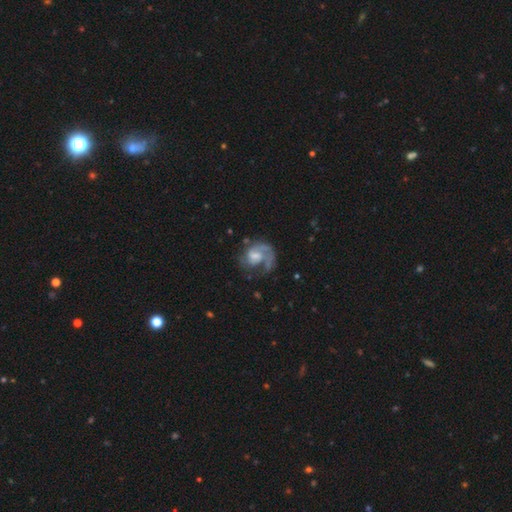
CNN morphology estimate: type=featured or disk (79%); edge-on=no (98%); bar=weak (48%); spiral arms=yes (92%); winding=medium (45%); arm count=1 (50%); bulge=moderate (35%); merging=none (47%).